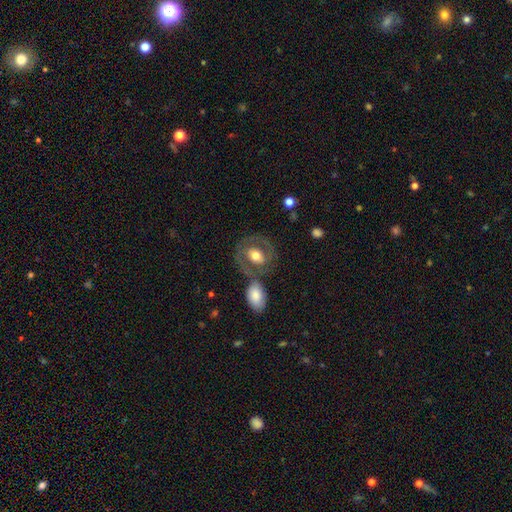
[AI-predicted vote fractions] smooth-or-featured: featured or disk: 48% | smooth: 45% | star or artifact: 6%
  merging: none: 59% | merger: 20% | minor disturbance: 13% | major disturbance: 8%